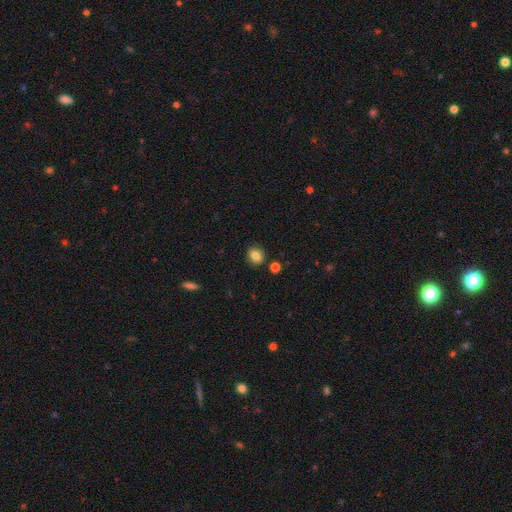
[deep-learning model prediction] Smooth or featured? smooth (82%)
How rounded? round (65%)
Merging? none (86%)